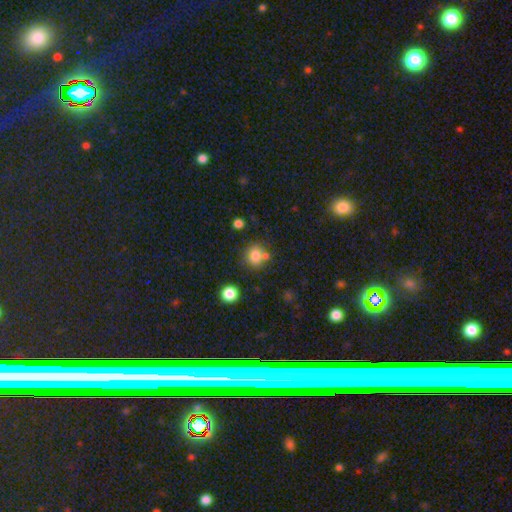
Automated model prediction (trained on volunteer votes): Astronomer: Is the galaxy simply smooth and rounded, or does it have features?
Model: smooth — 79%.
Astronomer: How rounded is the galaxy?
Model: round — 79%.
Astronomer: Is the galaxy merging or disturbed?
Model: none — 65%.